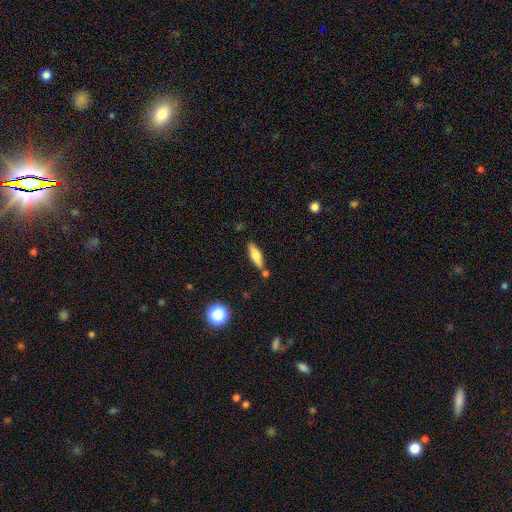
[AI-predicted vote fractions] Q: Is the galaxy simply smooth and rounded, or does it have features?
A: smooth — 64%.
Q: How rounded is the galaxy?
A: cigar-shaped — 54%.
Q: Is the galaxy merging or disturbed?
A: none — 75%.